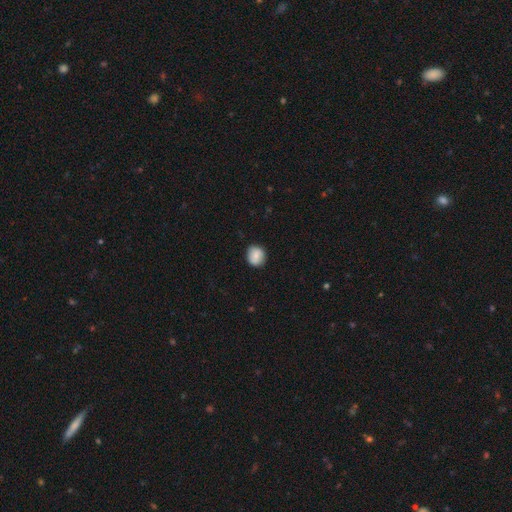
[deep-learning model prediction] smooth_or_featured: smooth (p=0.81) [alt: featured or disk p=0.12]
how_rounded: round (p=0.80) [alt: in between p=0.19]
merging: none (p=0.83) [alt: minor disturbance p=0.13]